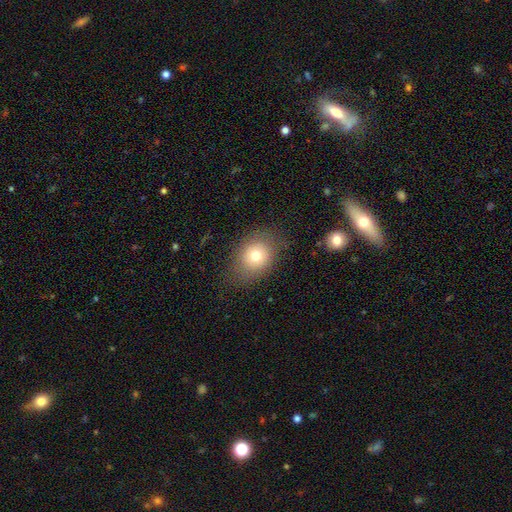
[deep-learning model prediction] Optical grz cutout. It shows a smooth galaxy with no disk features (73%) that is round (50%). Merging: none (76%).